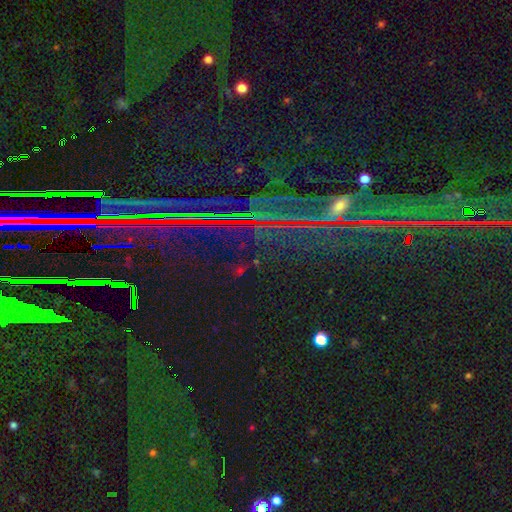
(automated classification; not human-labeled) A star or artifact, not a galaxy (87%).

Vote fractions:
- Smooth or featured? star or artifact: 87% / featured or disk: 7% / smooth: 6%